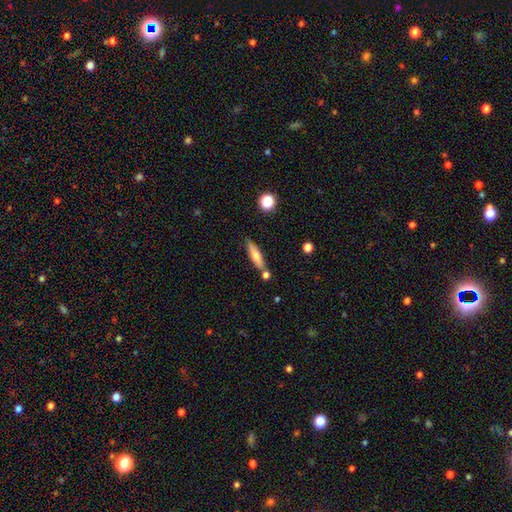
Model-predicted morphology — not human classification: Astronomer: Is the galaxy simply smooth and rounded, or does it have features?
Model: smooth — 61%.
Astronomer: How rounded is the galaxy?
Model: cigar-shaped — 76%.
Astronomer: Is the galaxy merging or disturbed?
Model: none — 74%.